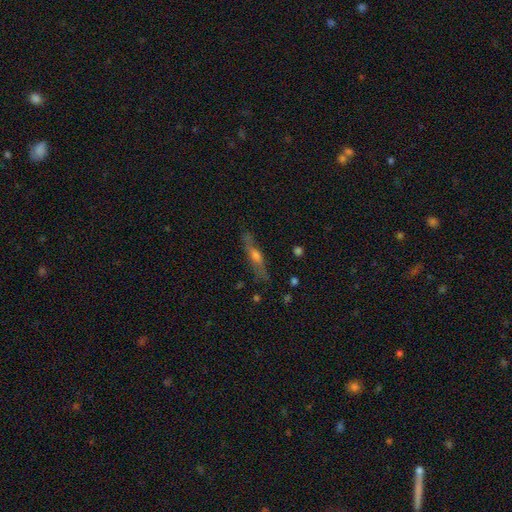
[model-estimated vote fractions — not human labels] This appears to be a featured or disk galaxy (51%) viewed edge-on (78%). Merging: none (75%).